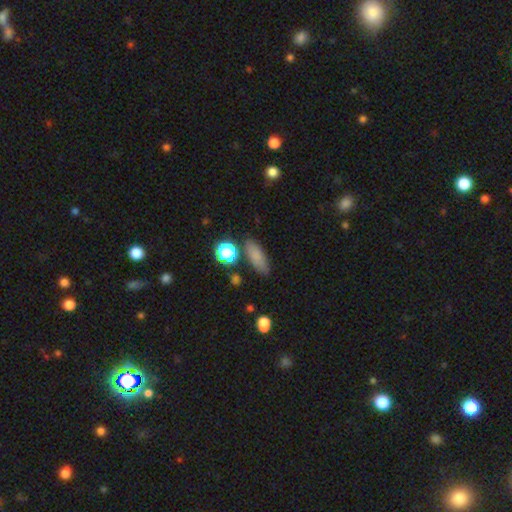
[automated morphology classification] Overall: smooth (81%). How rounded: in between (61%; cigar-shaped 32%). Merging: none (79%).